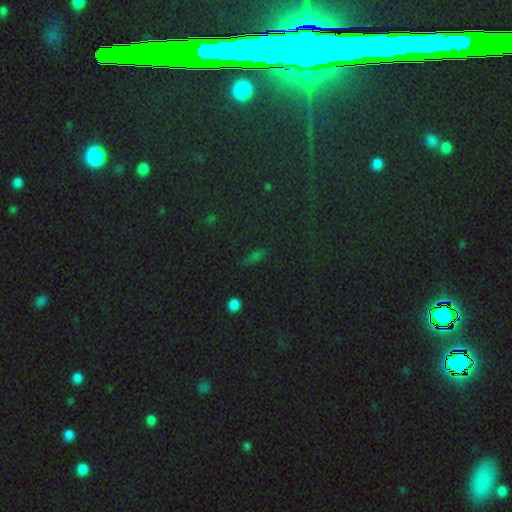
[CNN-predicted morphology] smooth_or_featured: star or artifact (p=0.45) [alt: smooth p=0.42]